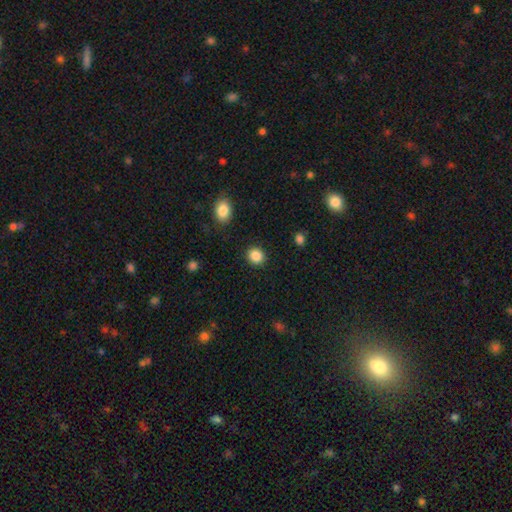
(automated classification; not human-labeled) Overall: smooth (87%). How rounded: round (80%). Merging: none (90%).